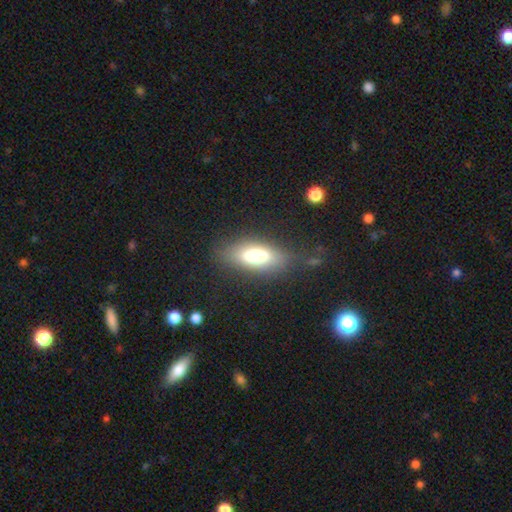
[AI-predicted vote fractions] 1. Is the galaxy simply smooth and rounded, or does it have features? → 71% smooth, 19% featured or disk, 10% star or artifact.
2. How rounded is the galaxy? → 77% in between, 19% cigar-shaped, 4% round.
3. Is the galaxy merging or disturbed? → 76% none, 15% minor disturbance, 7% major disturbance, 2% merger.